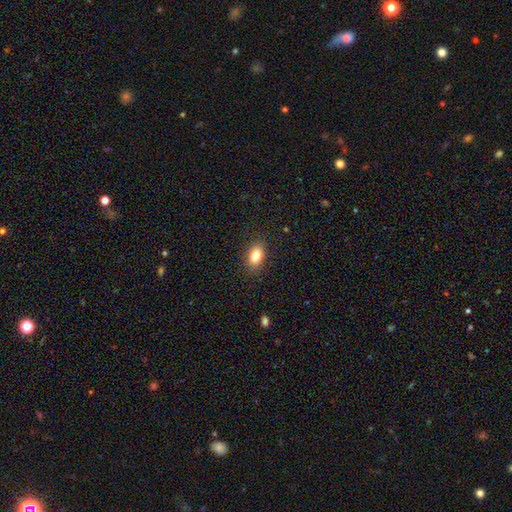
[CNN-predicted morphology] smooth-or-featured: smooth: 81% | featured or disk: 10% | star or artifact: 9%
  how-rounded: in between: 84% | round: 13% | cigar-shaped: 2%
  merging: none: 88% | minor disturbance: 9% | major disturbance: 2% | merger: 1%